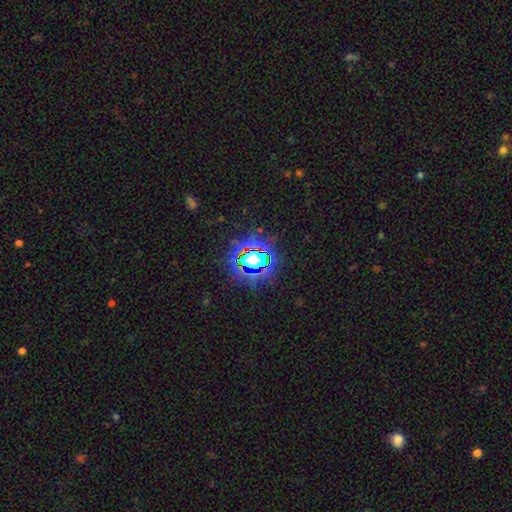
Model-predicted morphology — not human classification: Q: Smooth or featured?
A: star or artifact (73%); runner-up: smooth (17%)